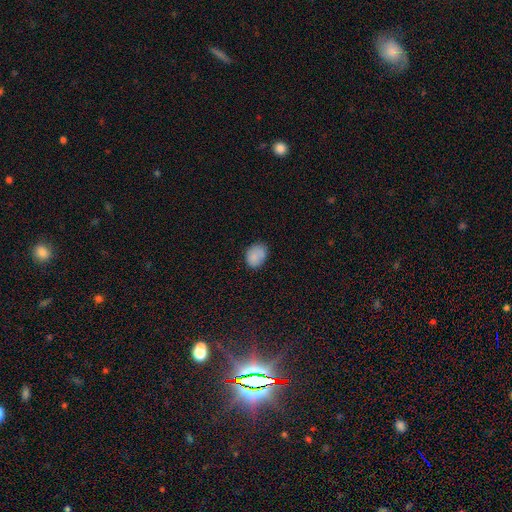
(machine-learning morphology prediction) A smooth galaxy with no disk features (84%) that is in between round and cigar-shaped (62%). Merging: none (78%).